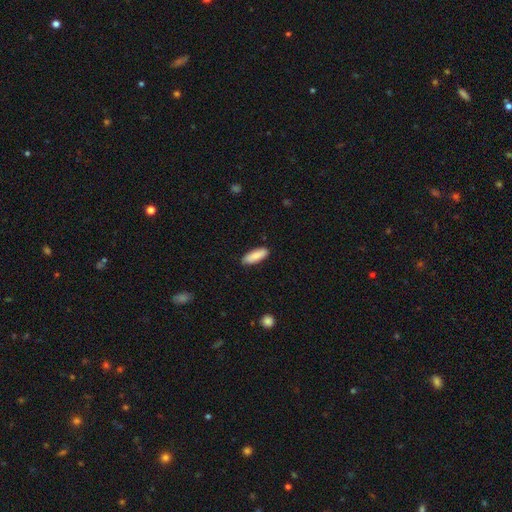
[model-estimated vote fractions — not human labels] The model was most divided on "how rounded": in between: 66%, cigar-shaped: 32%, round: 2%. More confident: merging — none (88%); smooth or featured — smooth (85%).